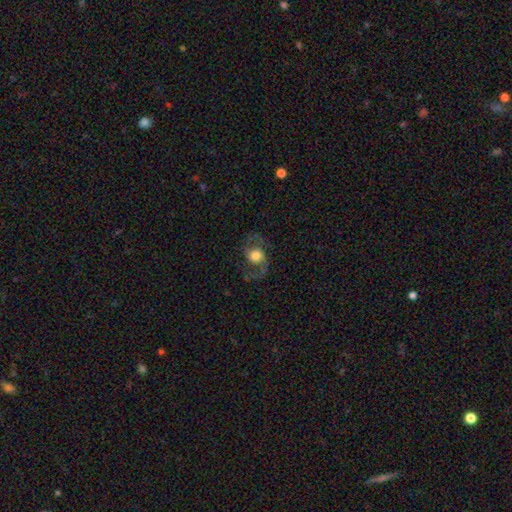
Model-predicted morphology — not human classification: Smooth or featured? Predicted: featured or disk (p=0.60). Edge-on disk? Predicted: no (p=0.95). Bar? Predicted: no (p=0.73). Spiral arms? Predicted: yes (p=0.80). Bulge size? Predicted: large (p=0.48). Merging? Predicted: none (p=0.66).